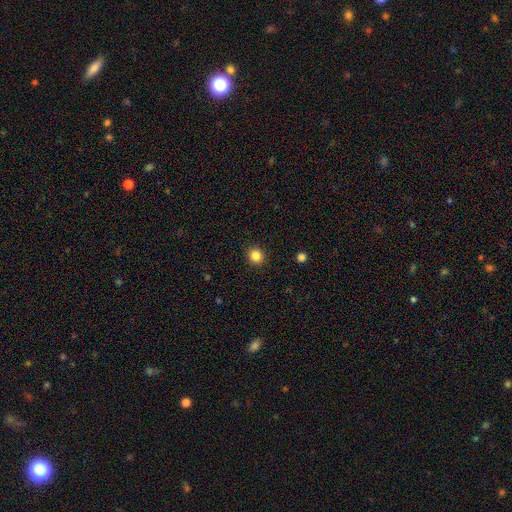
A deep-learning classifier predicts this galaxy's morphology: Smooth or featured? Predicted: smooth (p=0.84). How rounded? Predicted: round (p=0.88). Merging? Predicted: none (p=0.92).